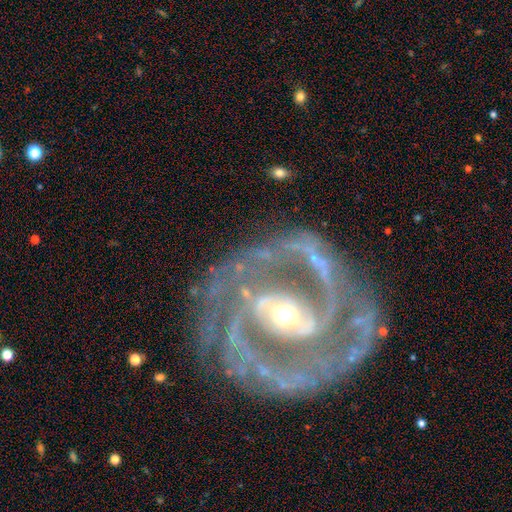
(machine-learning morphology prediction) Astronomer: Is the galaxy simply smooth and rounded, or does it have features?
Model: featured or disk — 92%.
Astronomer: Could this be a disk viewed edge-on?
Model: no — 97%.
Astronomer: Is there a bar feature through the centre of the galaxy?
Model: strong — 41% (runner-up: weak, 33%).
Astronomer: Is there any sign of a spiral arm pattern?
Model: yes — 97%.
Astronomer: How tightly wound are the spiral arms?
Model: tight — 51% (runner-up: medium, 41%).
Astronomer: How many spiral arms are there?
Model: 2 — 73%.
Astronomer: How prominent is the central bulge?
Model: moderate — 57% (runner-up: small, 36%).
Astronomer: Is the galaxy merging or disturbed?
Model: none — 77%.